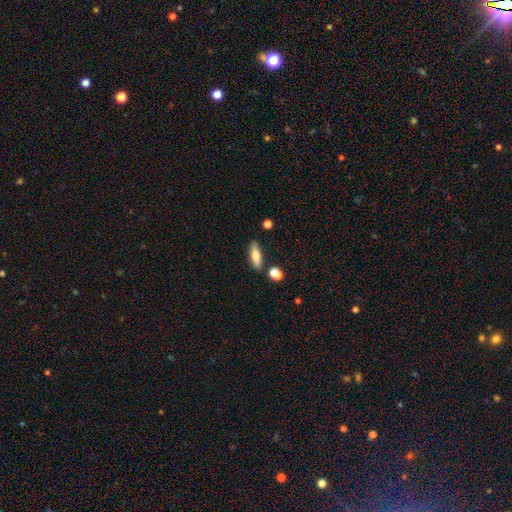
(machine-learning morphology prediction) Smooth or featured?
  - smooth: 72% *
  - featured or disk: 20%
  - star or artifact: 7%
How rounded?
  - in between: 53% *
  - cigar-shaped: 44%
  - round: 3%
Merging?
  - none: 80% *
  - minor disturbance: 11%
  - merger: 6%
  - major disturbance: 3%